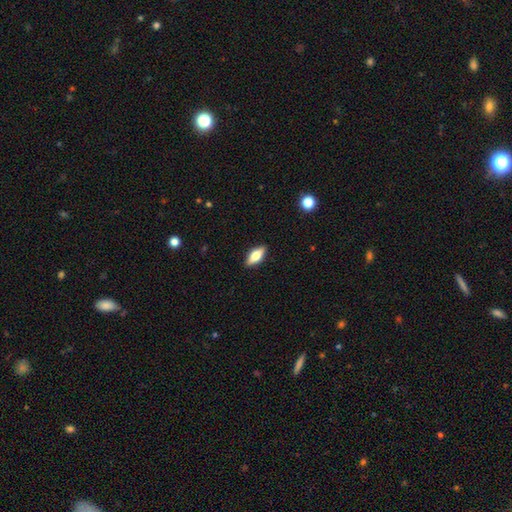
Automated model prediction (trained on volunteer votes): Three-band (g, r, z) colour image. It shows a smooth galaxy with no disk features (57%) that is in between round and cigar-shaped (74%). Merging: none (88%).